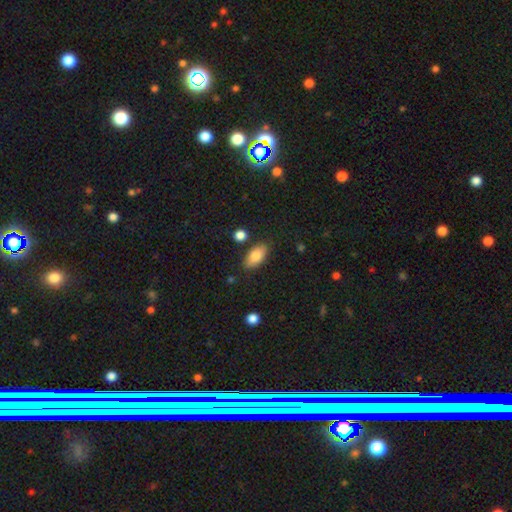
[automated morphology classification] This is clearly a smooth galaxy (82%). How rounded: clearly in between (90%). Merging: clearly none (83%).